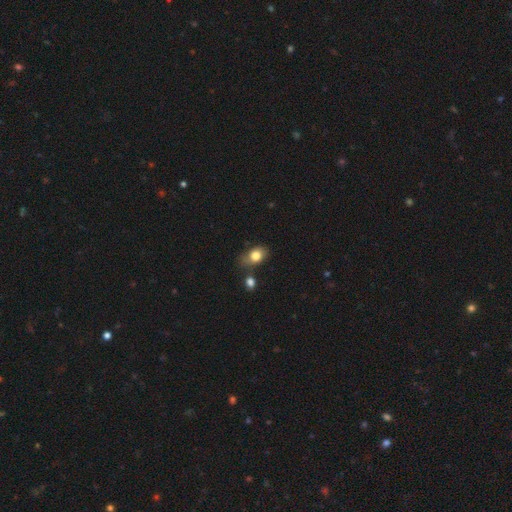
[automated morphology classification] smooth 80%, featured or disk 12%, star or artifact 8%. Down the decision tree: how rounded — in between (73%); merging — none (59%).